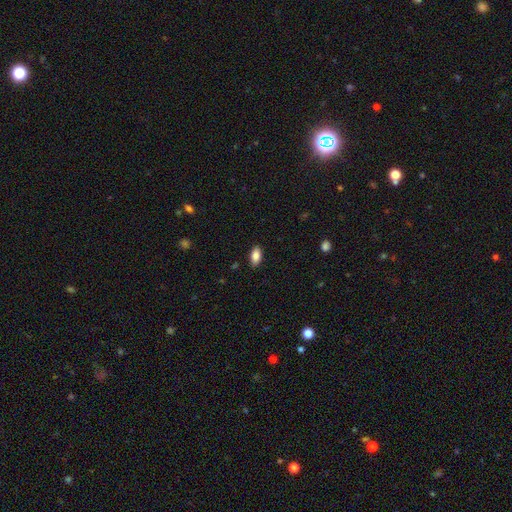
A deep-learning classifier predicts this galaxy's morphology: Smooth or featured: smooth — 86% (star or artifact — 7%)
How rounded: in between — 91% (cigar-shaped — 5%)
Merging: none — 88% (minor disturbance — 9%)